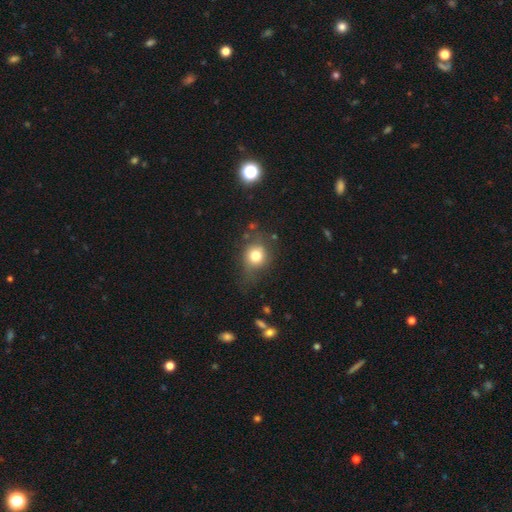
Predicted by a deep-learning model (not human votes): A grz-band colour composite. It shows a smooth galaxy with no disk features (75%) that is round (70%). Merging: none (62%).